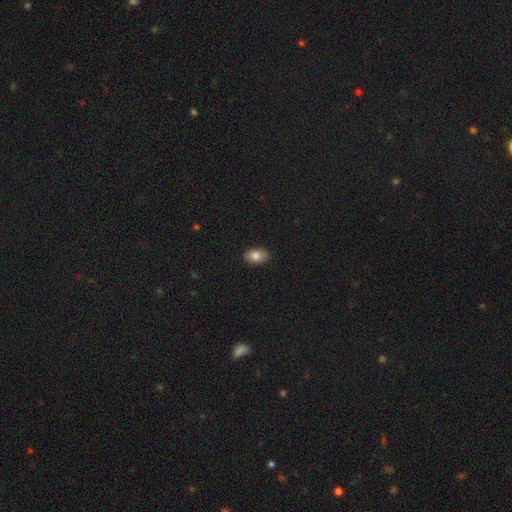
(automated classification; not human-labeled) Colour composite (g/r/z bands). It shows a smooth galaxy with no disk features (83%) that is in between round and cigar-shaped (89%). Merging: none (87%).